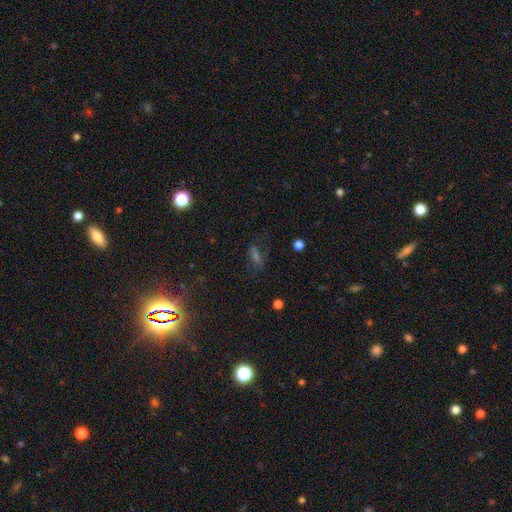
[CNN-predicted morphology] smooth_or_featured: star or artifact (p=0.45) [alt: smooth p=0.35]